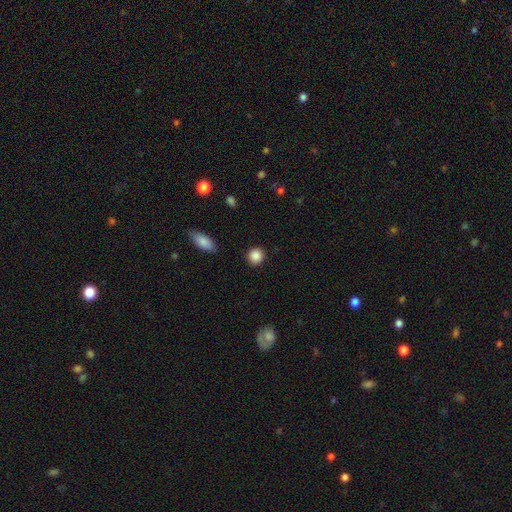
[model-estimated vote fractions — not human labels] Smooth or featured? Predicted: smooth (p=0.88). How rounded? Predicted: round (p=0.89). Merging? Predicted: none (p=0.90).